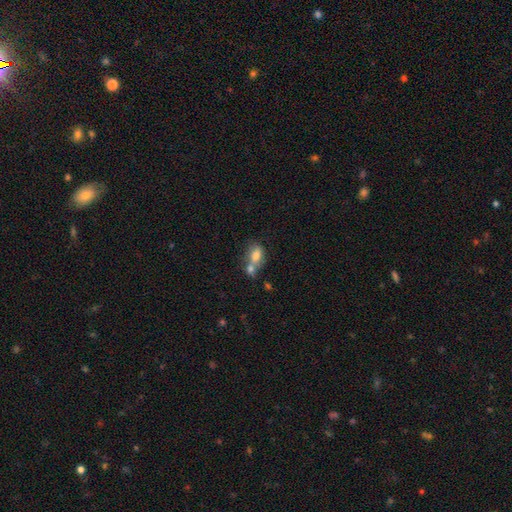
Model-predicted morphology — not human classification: A smooth galaxy with no disk features (75%) that is in between round and cigar-shaped (80%).

Vote fractions:
- Smooth or featured? smooth: 75% / featured or disk: 16% / star or artifact: 9%
- How rounded? in between: 80% / round: 16% / cigar-shaped: 4%
- Merging? merger: 55% / none: 28% / minor disturbance: 12% / major disturbance: 6%